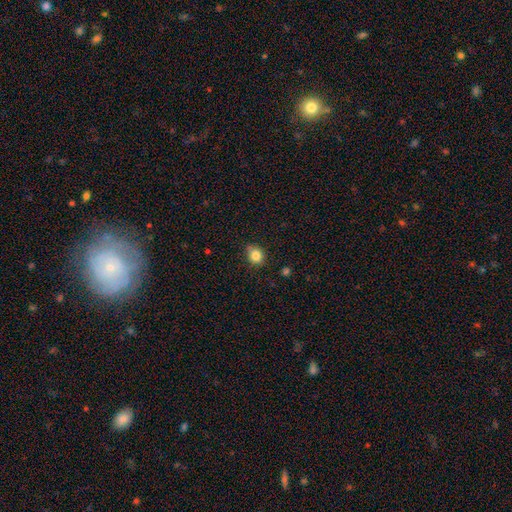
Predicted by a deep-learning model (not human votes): smooth_or_featured: smooth (p=0.83) [alt: star or artifact p=0.10]
how_rounded: round (p=0.62) [alt: in between p=0.37]
merging: none (p=0.72) [alt: minor disturbance p=0.22]